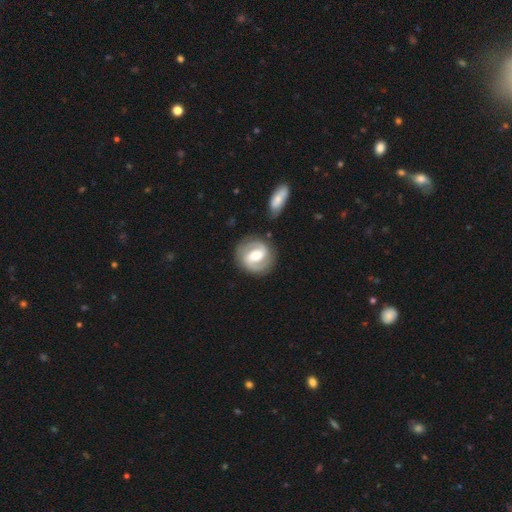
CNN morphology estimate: Smooth or featured? featured or disk (82%)
Edge-on disk? no (98%)
Bar? weak (43%)
Spiral arms? yes (94%)
Spiral winding? medium (45%)
Spiral arm count? 2 (90%)
Bulge size? moderate (70%)
Merging? none (84%)